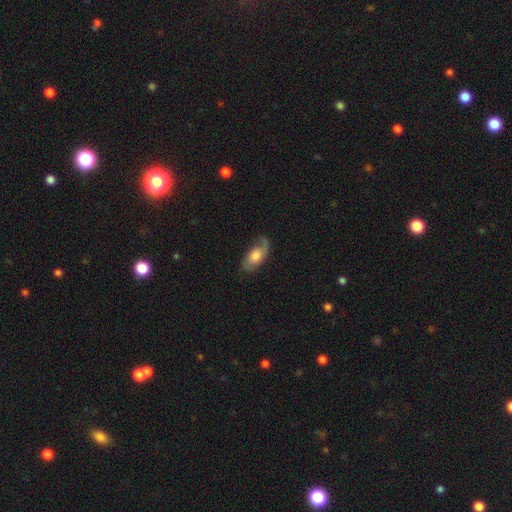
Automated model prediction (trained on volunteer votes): A smooth galaxy with no disk features (48%).

Vote fractions:
- Smooth or featured? smooth: 48% / featured or disk: 45% / star or artifact: 6%
- Merging? none: 68% / minor disturbance: 22% / major disturbance: 8% / merger: 1%